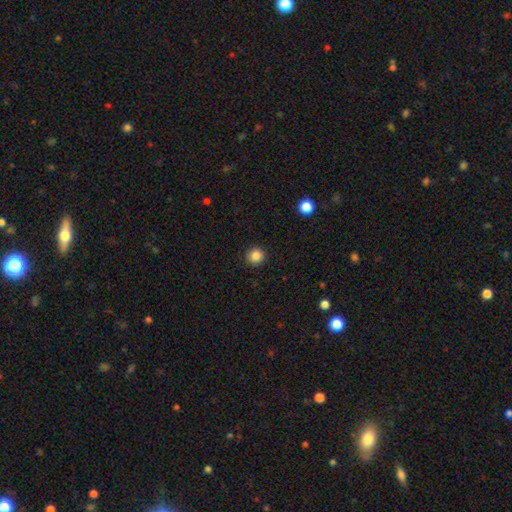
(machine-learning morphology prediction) This appears to be a smooth galaxy with no disk features (86%) that is round (94%). Merging: none (92%).